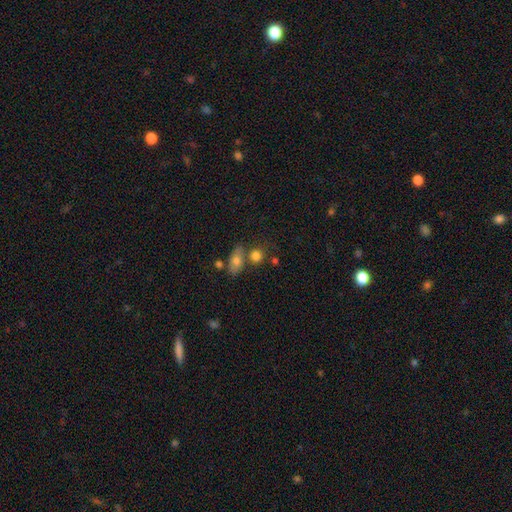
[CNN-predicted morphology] smooth_or_featured: smooth (p=0.79) [alt: star or artifact p=0.11]
how_rounded: round (p=0.68) [alt: in between p=0.29]
merging: none (p=0.58) [alt: merger p=0.26]